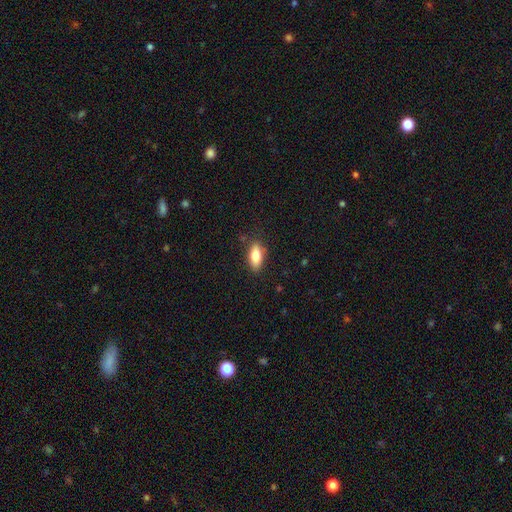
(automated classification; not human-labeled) Overall: smooth (80%). How rounded: in between (80%). Merging: none (84%).